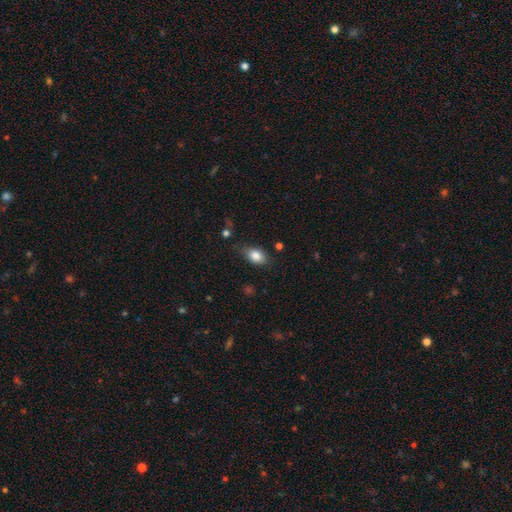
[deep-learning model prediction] smooth-or-featured: smooth: 83% | featured or disk: 8% | star or artifact: 8%
  how-rounded: in between: 83% | round: 14% | cigar-shaped: 3%
  merging: none: 72% | minor disturbance: 21% | major disturbance: 5% | merger: 2%